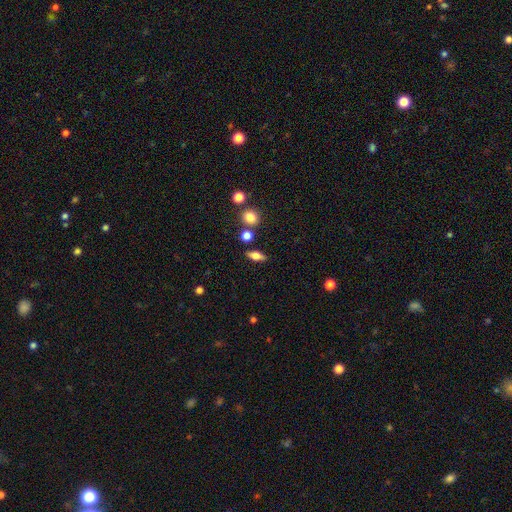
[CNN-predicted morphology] smooth_or_featured: smooth (p=0.59) [alt: featured or disk p=0.31]
how_rounded: in between (p=0.66) [alt: cigar-shaped p=0.23]
merging: none (p=0.82) [alt: minor disturbance p=0.10]